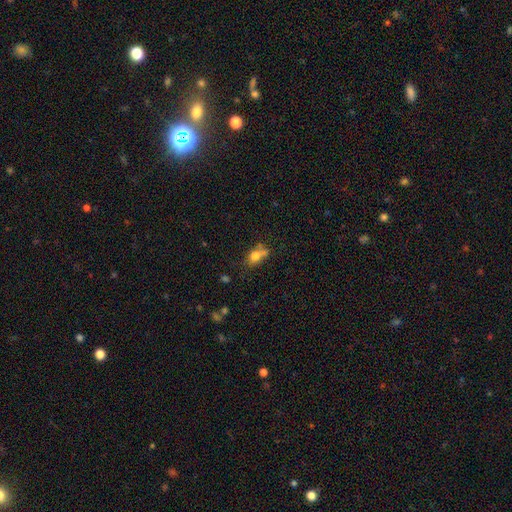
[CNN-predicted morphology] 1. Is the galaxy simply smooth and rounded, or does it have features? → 75% smooth, 13% featured or disk, 11% star or artifact.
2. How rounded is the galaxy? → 67% in between, 30% round, 4% cigar-shaped.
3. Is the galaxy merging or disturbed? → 40% none, 28% merger, 22% minor disturbance, 11% major disturbance.